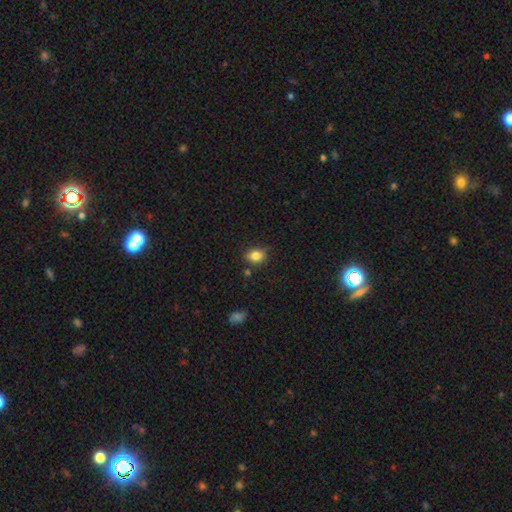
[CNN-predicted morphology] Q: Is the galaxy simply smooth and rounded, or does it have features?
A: smooth — 83%.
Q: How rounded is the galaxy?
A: in between — 60%.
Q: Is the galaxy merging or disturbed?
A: none — 78%.